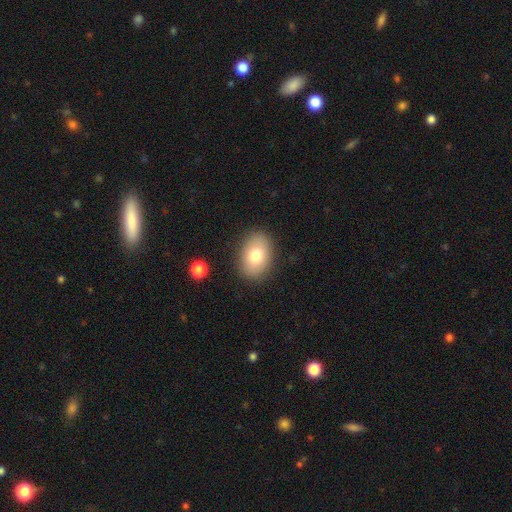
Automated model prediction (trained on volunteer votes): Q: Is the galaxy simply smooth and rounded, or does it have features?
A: smooth — 78%.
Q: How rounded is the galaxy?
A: in between — 83%.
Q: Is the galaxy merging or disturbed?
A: none — 86%.